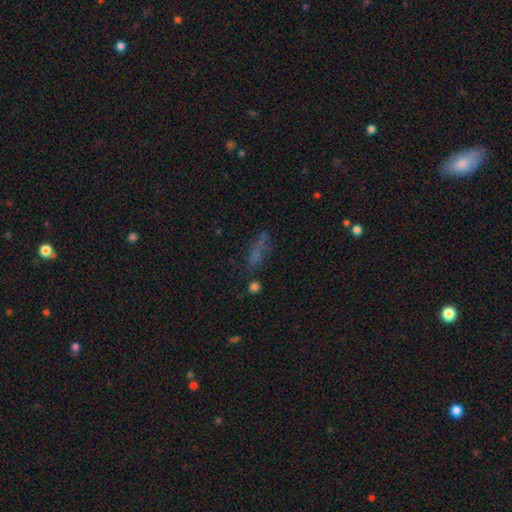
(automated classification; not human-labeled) smooth 52%, star or artifact 24%, featured or disk 24%. Down the decision tree: how rounded — cigar-shaped (56%); merging — none (56%).